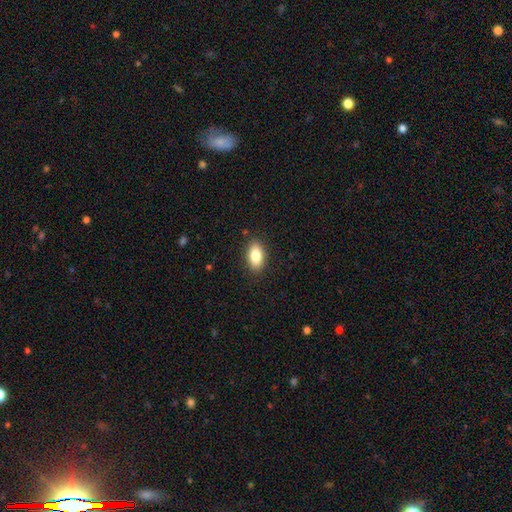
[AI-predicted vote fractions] Smooth or featured: smooth — 83% (featured or disk — 10%)
How rounded: in between — 89% (round — 6%)
Merging: none — 88% (minor disturbance — 9%)